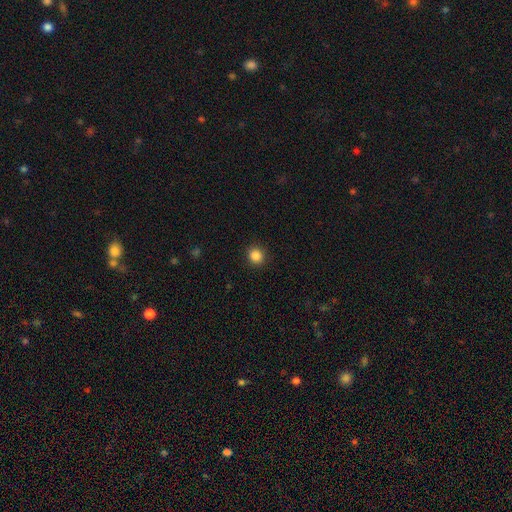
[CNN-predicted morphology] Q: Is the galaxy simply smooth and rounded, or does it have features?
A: smooth — 86%.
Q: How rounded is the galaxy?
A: round — 90%.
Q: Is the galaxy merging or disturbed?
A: none — 91%.